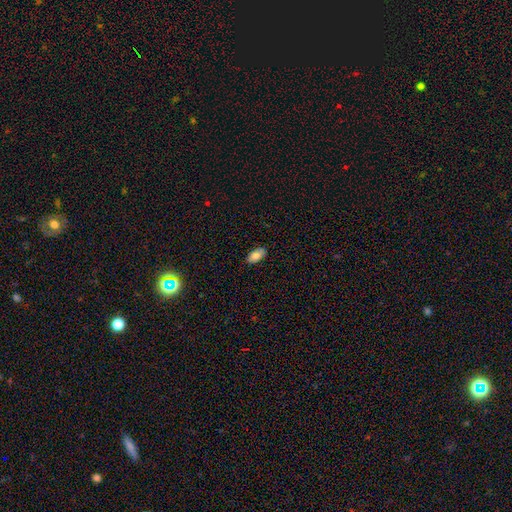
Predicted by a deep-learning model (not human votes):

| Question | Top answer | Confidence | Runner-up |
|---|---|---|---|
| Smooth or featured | smooth | 78% | featured or disk (15%) |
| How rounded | in between | 94% | round (3%) |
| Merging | none | 86% | minor disturbance (11%) |